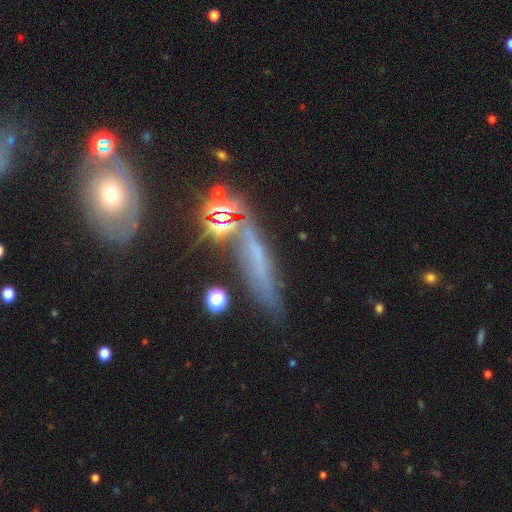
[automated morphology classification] smooth_or_featured: featured or disk (p=0.44) [alt: smooth p=0.36]
merging: none (p=0.64) [alt: minor disturbance p=0.20]